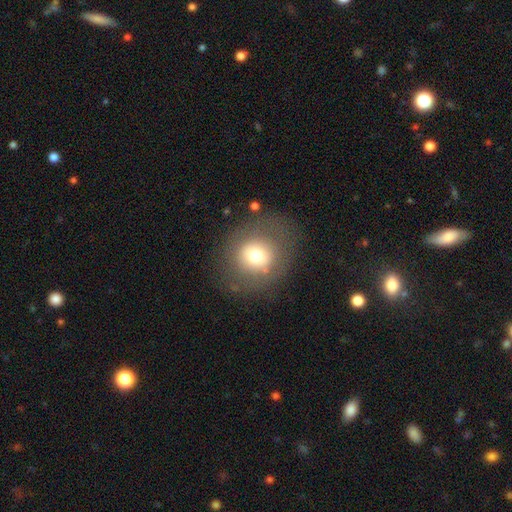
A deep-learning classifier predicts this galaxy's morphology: Smooth or featured? Predicted: smooth (p=0.67). How rounded? Predicted: round (p=0.84). Merging? Predicted: none (p=0.76).